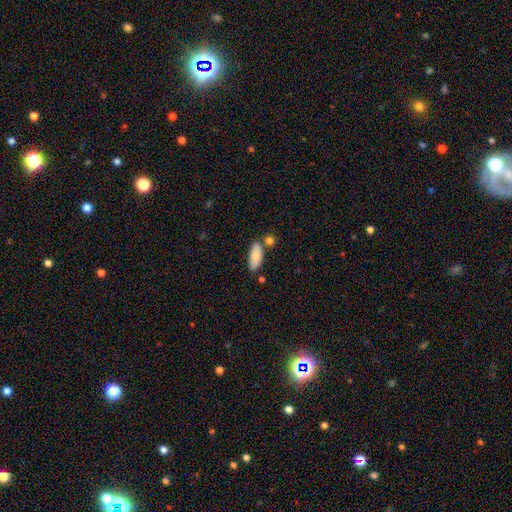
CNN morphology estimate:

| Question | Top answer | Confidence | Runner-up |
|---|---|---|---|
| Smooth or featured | smooth | 82% | featured or disk (12%) |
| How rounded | in between | 81% | cigar-shaped (17%) |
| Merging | none | 70% | minor disturbance (15%) |